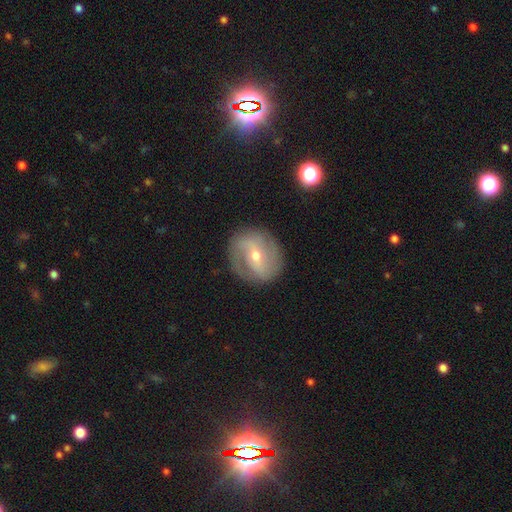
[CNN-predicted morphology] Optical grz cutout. It shows a featured or disk galaxy (76%) with a weak bar (43%), 2 (72%) medium (42%) spiral arms (85%) and a small central bulge (51%). Merging: none (82%).